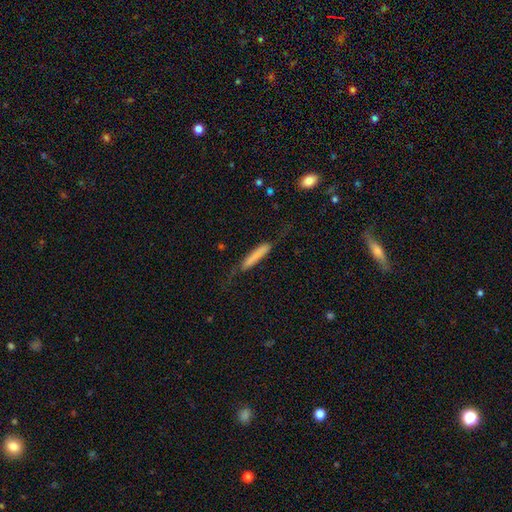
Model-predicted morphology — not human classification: smooth 71%, featured or disk 23%, star or artifact 6%. Down the decision tree: how rounded — cigar-shaped (93%); merging — none (56%).